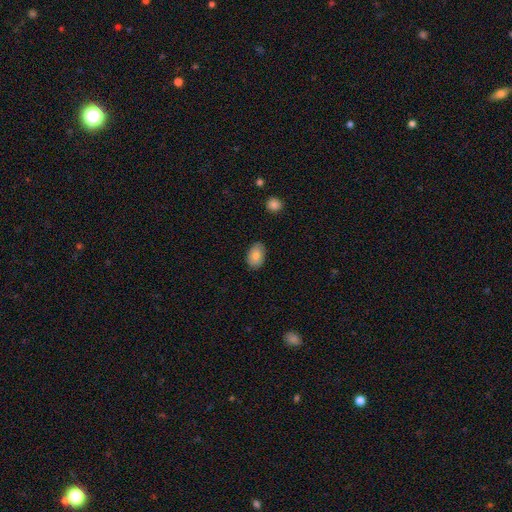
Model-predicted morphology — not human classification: Smooth or featured?
  - smooth: 81% *
  - featured or disk: 12%
  - star or artifact: 7%
How rounded?
  - in between: 86% *
  - round: 13%
  - cigar-shaped: 1%
Merging?
  - none: 84% *
  - minor disturbance: 12%
  - major disturbance: 2%
  - merger: 1%